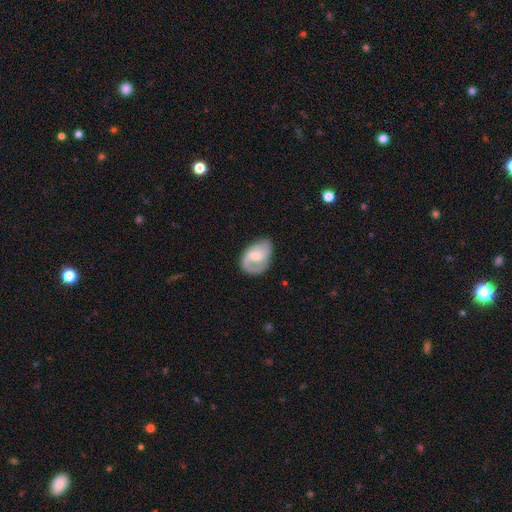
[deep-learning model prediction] A featured or disk galaxy (69%) with no bar (49%), 2 (57%) medium (45%) spiral arms (91%) and a moderate central bulge (44%).

Vote fractions:
- Smooth or featured? featured or disk: 69% / smooth: 25% / star or artifact: 6%
- Edge-on disk? no: 97% / yes: 3%
- Bar? no: 49% / weak: 43% / strong: 8%
- Spiral arms? yes: 91% / no: 9%
- Spiral winding? medium: 45% / tight: 28% / loose: 27%
- Spiral arm count? 2: 57% / 1: 29% / can't tell: 9% / 3: 3% / 4: 1% / more than 4: 1%
- Bulge size? moderate: 44% / small: 31% / none: 12% / large: 11% / dominant: 2%
- Merging? none: 64% / minor disturbance: 22% / major disturbance: 11% / merger: 2%